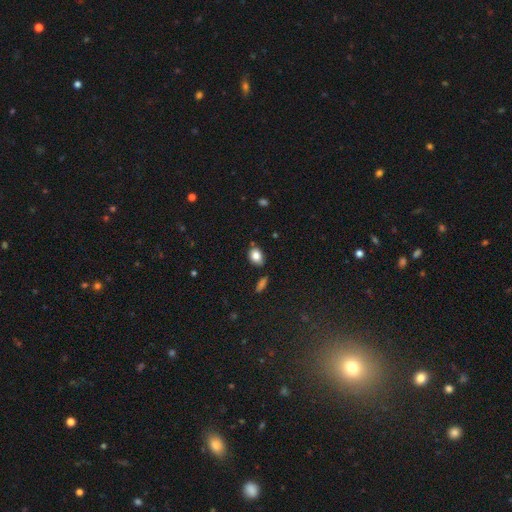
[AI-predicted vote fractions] A smooth galaxy with no disk features (83%) that is in between round and cigar-shaped (74%). Merging: none (73%).